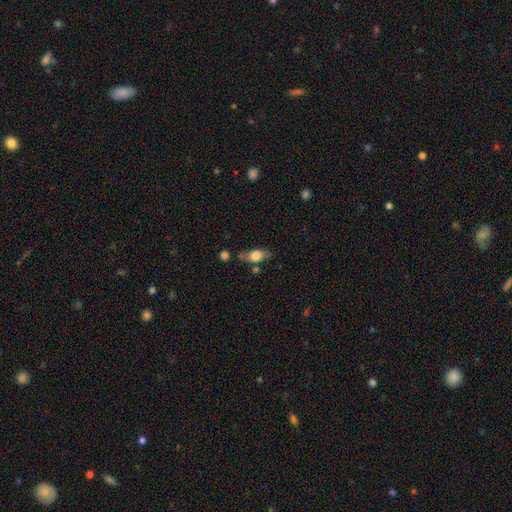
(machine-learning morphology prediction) Overall: smooth (66%; featured or disk 27%). How rounded: in between (77%). Merging: none (66%).